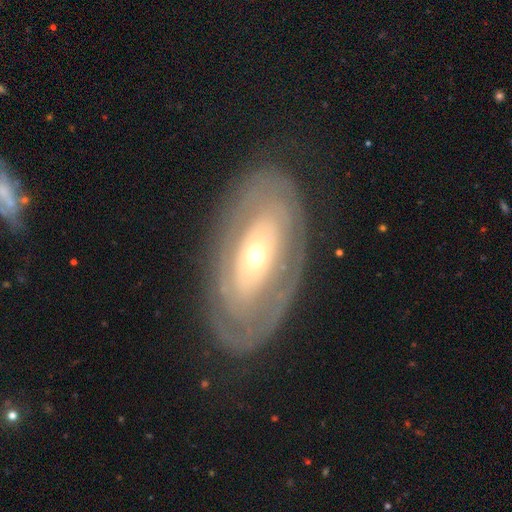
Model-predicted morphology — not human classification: A featured or disk galaxy (73%) with no bar (80%), no spiral arms (52%) and a moderate central bulge (53%).

Vote fractions:
- Smooth or featured? featured or disk: 73% / smooth: 21% / star or artifact: 6%
- Edge-on disk? no: 91% / yes: 9%
- Bar? no: 80% / weak: 13% / strong: 7%
- Spiral arms? no: 52% / yes: 48%
- Bulge size? moderate: 53% / small: 39% / large: 6% / dominant: 1% / none: 1%
- Merging? none: 79% / minor disturbance: 13% / major disturbance: 7% / merger: 1%